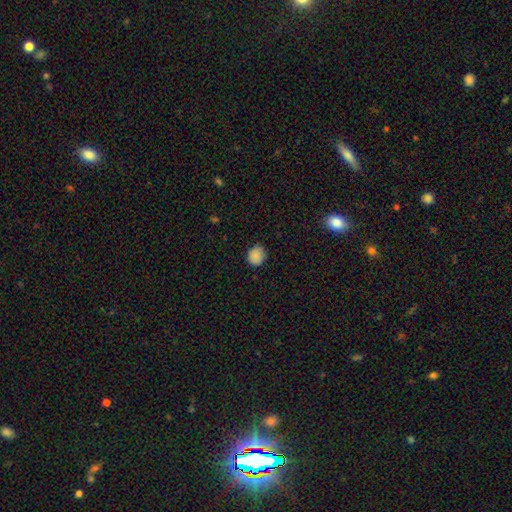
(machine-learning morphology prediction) smooth_or_featured: smooth (p=0.87) [alt: star or artifact p=0.10]
how_rounded: round (p=0.78) [alt: in between p=0.21]
merging: none (p=0.84) [alt: minor disturbance p=0.13]